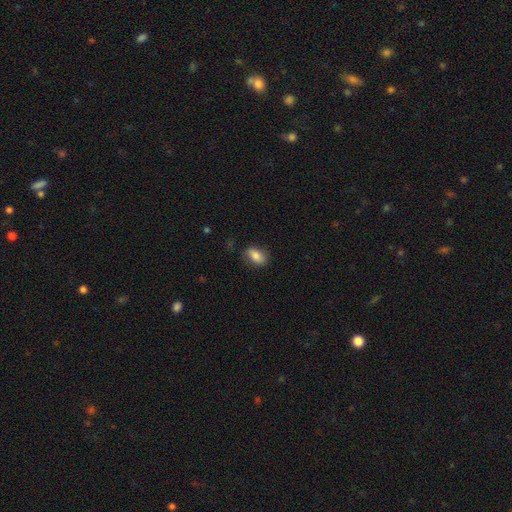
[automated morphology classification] This is likely a smooth galaxy (80%). How rounded: clearly in between (87%). Merging: likely none (78%).